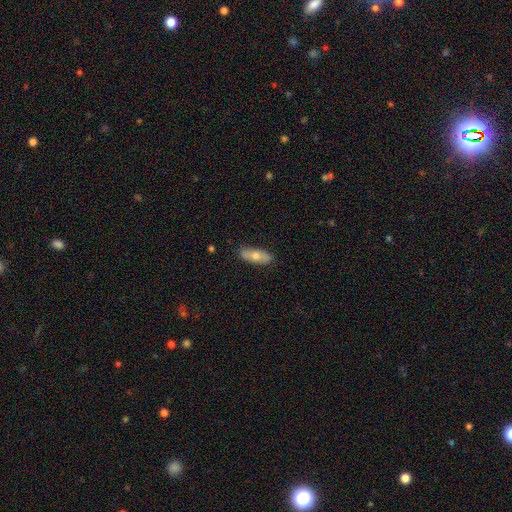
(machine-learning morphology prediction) The model was most divided on "smooth or featured": smooth: 63%, featured or disk: 31%, star or artifact: 6%. More confident: merging — none (85%); how rounded — in between (67%).